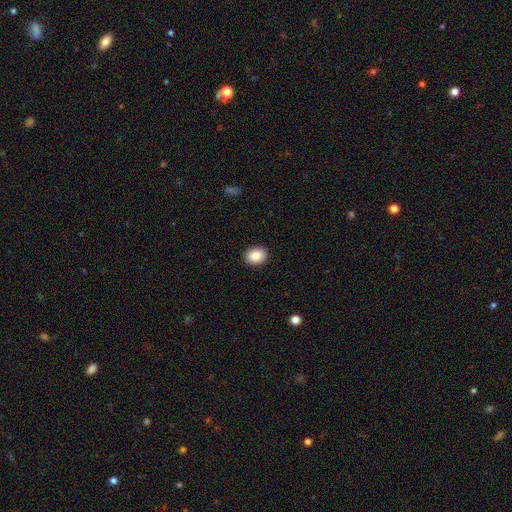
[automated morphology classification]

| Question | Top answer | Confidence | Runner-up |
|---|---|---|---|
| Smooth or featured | smooth | 88% | star or artifact (8%) |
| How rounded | round | 53% | in between (46%) |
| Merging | none | 91% | minor disturbance (6%) |